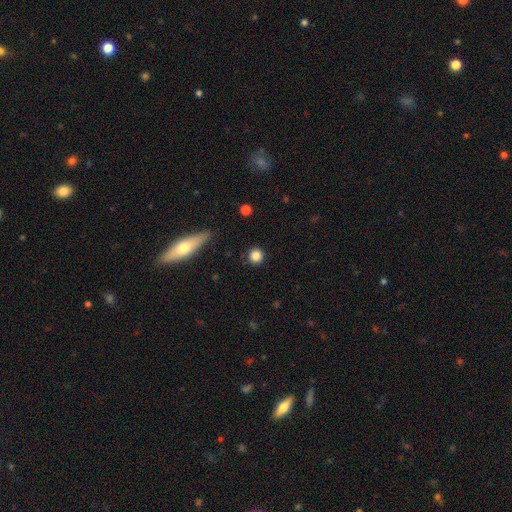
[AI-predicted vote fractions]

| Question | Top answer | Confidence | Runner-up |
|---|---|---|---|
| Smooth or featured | smooth | 85% | star or artifact (10%) |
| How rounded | round | 94% | in between (5%) |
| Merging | none | 89% | minor disturbance (7%) |